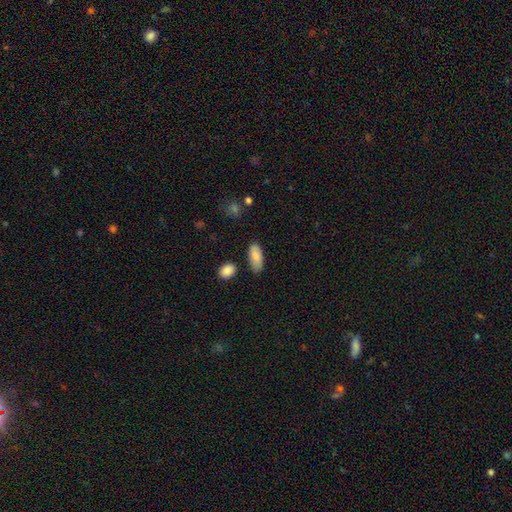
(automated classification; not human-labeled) A smooth galaxy with no disk features (85%) that is in between round and cigar-shaped (85%).

Vote fractions:
- Smooth or featured? smooth: 85% / featured or disk: 9% / star or artifact: 7%
- How rounded? in between: 85% / cigar-shaped: 13% / round: 2%
- Merging? none: 79% / minor disturbance: 15% / merger: 3% / major disturbance: 3%